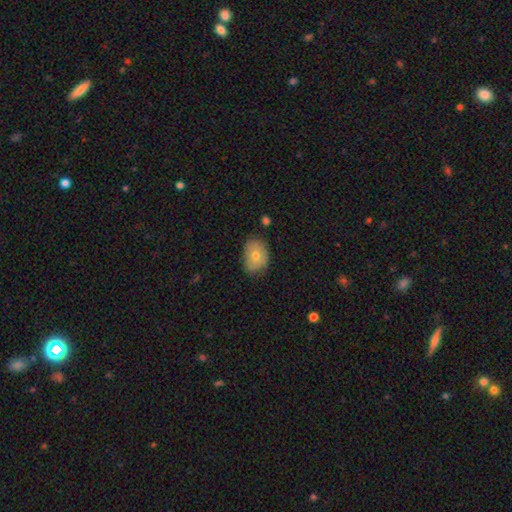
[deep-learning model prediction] The model was most divided on "smooth or featured": smooth: 65%, featured or disk: 27%, star or artifact: 8%. More confident: how rounded — in between (71%); merging — none (67%).